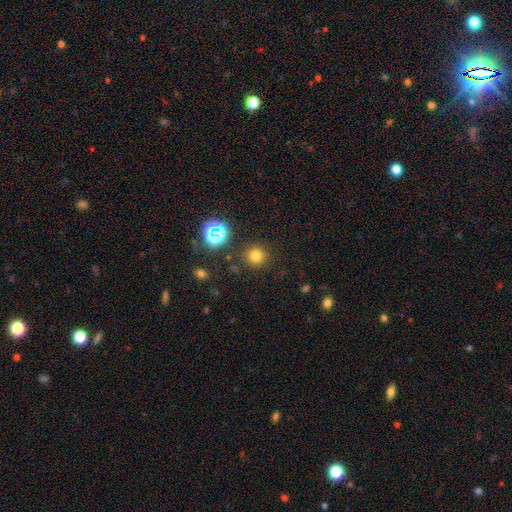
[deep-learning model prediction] The model was most divided on "smooth or featured": smooth: 72%, star or artifact: 22%, featured or disk: 6%. More confident: how rounded — round (93%); merging — none (87%).